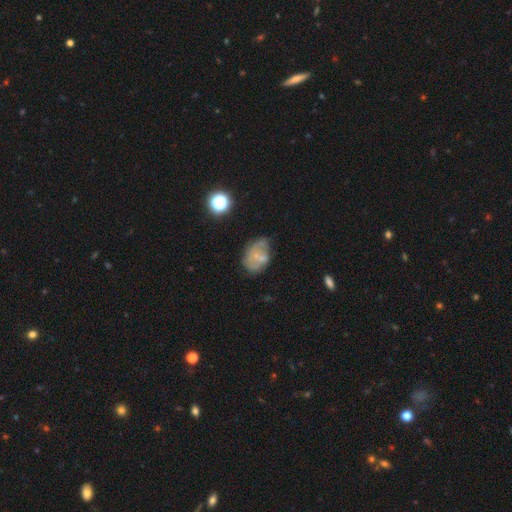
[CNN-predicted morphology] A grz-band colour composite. It shows a featured or disk galaxy (44%). Merging: none (45%).